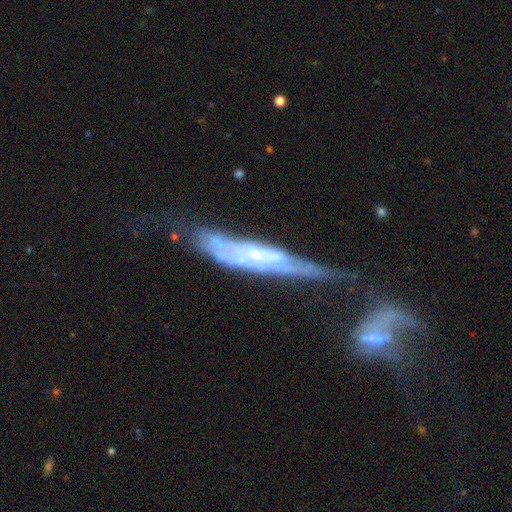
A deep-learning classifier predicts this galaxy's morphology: smooth-or-featured: featured or disk: 73% | smooth: 19% | star or artifact: 8%
  disk-edge-on: no: 52% | yes: 48%
  merging: none: 30% | minor disturbance: 25% | merger: 23% | major disturbance: 21%